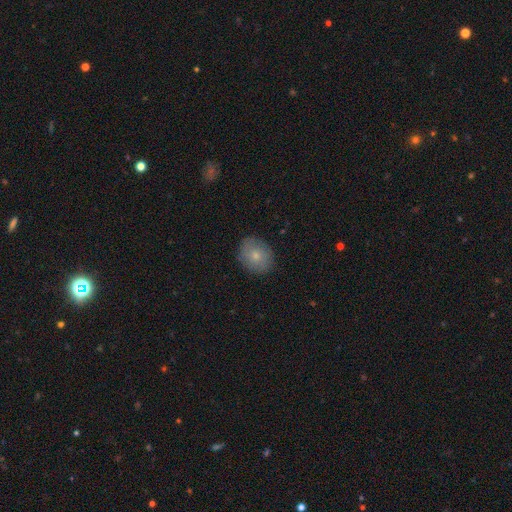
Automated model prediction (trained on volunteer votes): The model was most divided on "how rounded": round: 59%, in between: 40%, cigar-shaped: 1%. More confident: merging — none (85%); smooth or featured — smooth (75%).